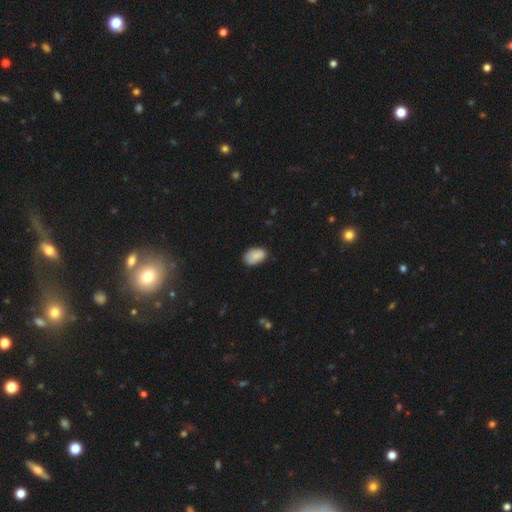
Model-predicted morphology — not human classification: This appears to be a smooth galaxy with no disk features (87%) that is in between round and cigar-shaped (90%). Merging: none (71%).